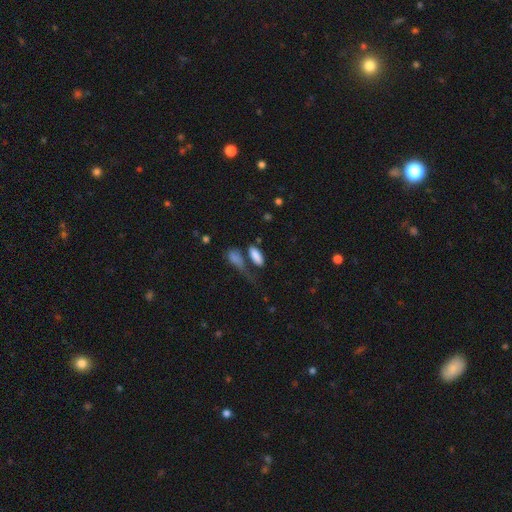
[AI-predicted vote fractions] smooth_or_featured: smooth (p=0.84) [alt: featured or disk p=0.08]
how_rounded: in between (p=0.77) [alt: cigar-shaped p=0.20]
merging: none (p=0.46) [alt: merger p=0.25]